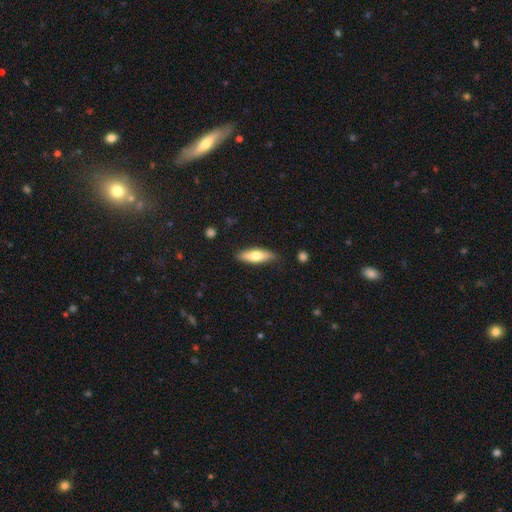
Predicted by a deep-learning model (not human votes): Smooth or featured? Predicted: smooth (p=0.65). How rounded? Predicted: in between (p=0.51). Merging? Predicted: none (p=0.81).